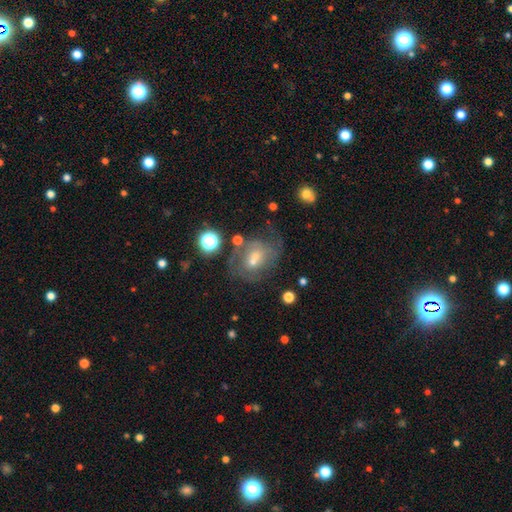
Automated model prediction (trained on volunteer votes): Smooth or featured? featured or disk (65%)
Edge-on disk? no (96%)
Bar? no (46%)
Spiral arms? yes (80%)
Spiral winding? medium (43%)
Spiral arm count? 2 (42%)
Bulge size? small (48%)
Merging? none (54%)